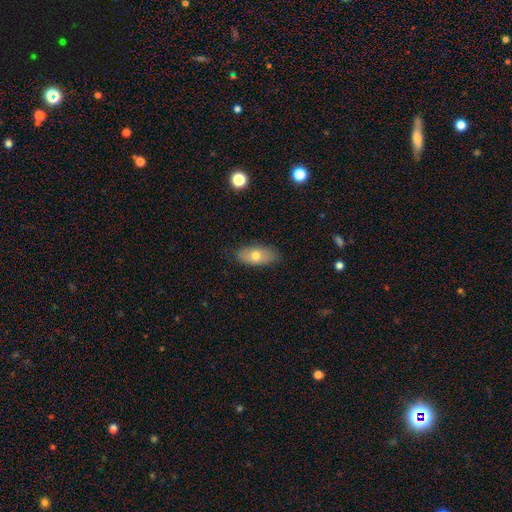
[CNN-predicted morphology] Smooth or featured: smooth — 68% (featured or disk — 25%)
How rounded: in between — 88% (cigar-shaped — 7%)
Merging: none — 83% (minor disturbance — 13%)